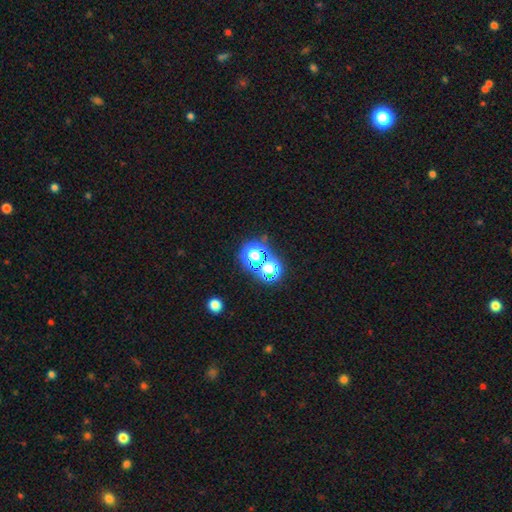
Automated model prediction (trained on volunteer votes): This appears to be a star or artifact, not a galaxy (57%).